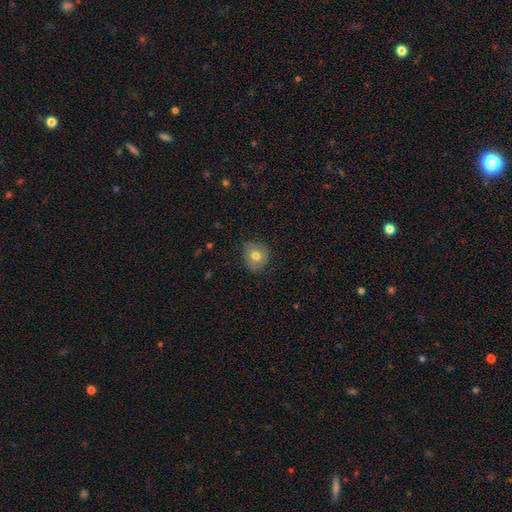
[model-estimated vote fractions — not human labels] This appears to be a smooth galaxy with no disk features (74%) that is round (75%). Merging: none (71%).